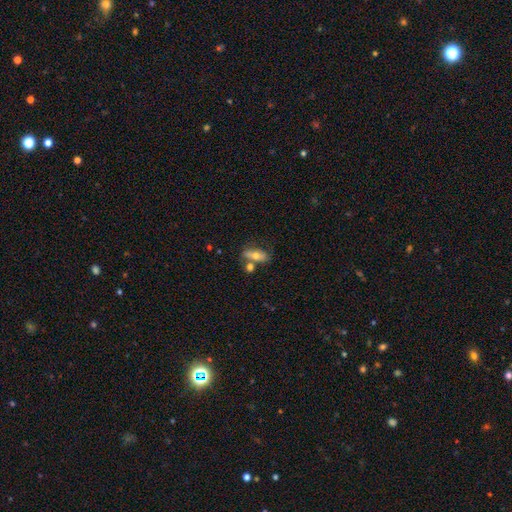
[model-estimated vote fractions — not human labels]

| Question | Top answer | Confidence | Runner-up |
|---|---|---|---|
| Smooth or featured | smooth | 59% | featured or disk (33%) |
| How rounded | in between | 78% | cigar-shaped (16%) |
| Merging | none | 50% | merger (26%) |